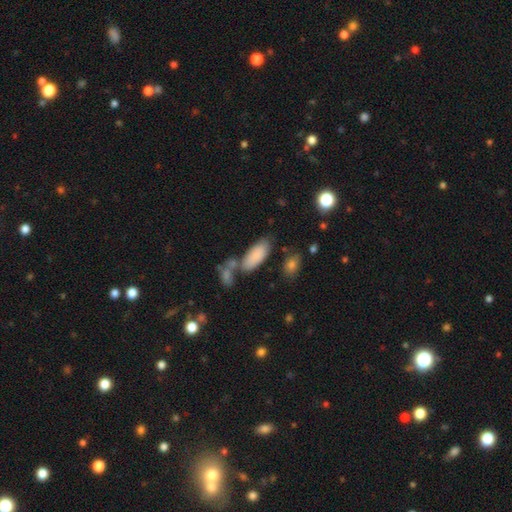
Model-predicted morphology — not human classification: A smooth galaxy with no disk features (83%) that is in between round and cigar-shaped (83%). Merging: none (56%).